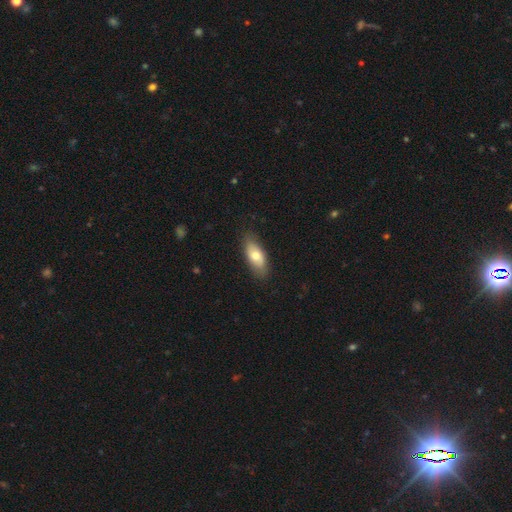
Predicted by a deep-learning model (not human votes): Smooth or featured? Predicted: smooth (p=0.67). How rounded? Predicted: in between (p=0.84). Merging? Predicted: none (p=0.83).